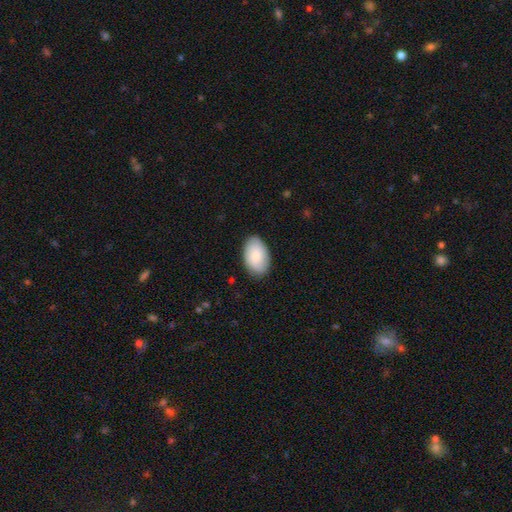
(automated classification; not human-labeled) A smooth galaxy with no disk features (81%) that is in between round and cigar-shaped (93%).

Vote fractions:
- Smooth or featured? smooth: 81% / featured or disk: 13% / star or artifact: 6%
- How rounded? in between: 93% / round: 6% / cigar-shaped: 1%
- Merging? none: 85% / minor disturbance: 12% / major disturbance: 2% / merger: 1%